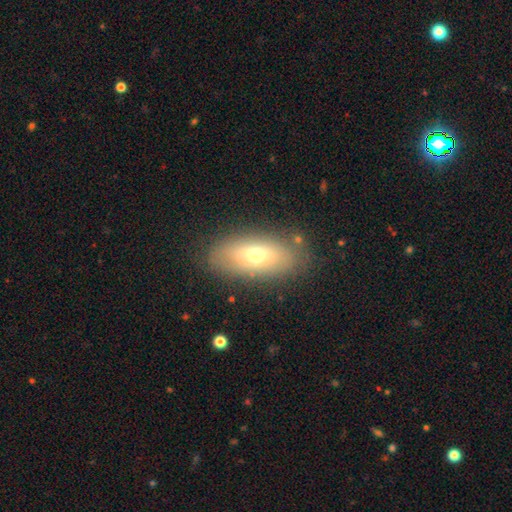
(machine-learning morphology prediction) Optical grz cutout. It shows a smooth galaxy with no disk features (62%) that is in between round and cigar-shaped (83%). Merging: none (81%).